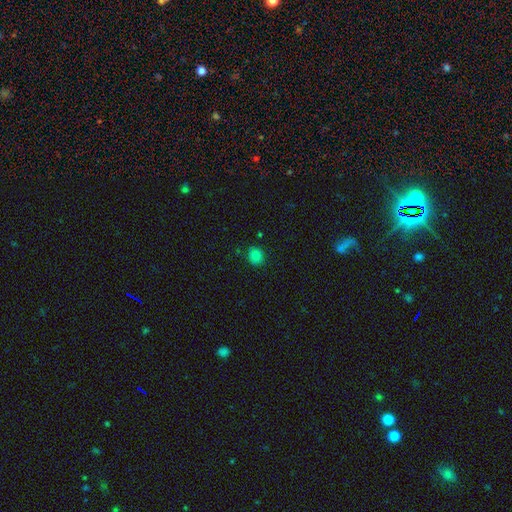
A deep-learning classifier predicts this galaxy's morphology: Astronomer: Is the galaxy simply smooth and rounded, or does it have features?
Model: smooth — 81%.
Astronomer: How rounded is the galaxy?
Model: round — 73%.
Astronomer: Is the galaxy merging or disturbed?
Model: none — 85%.